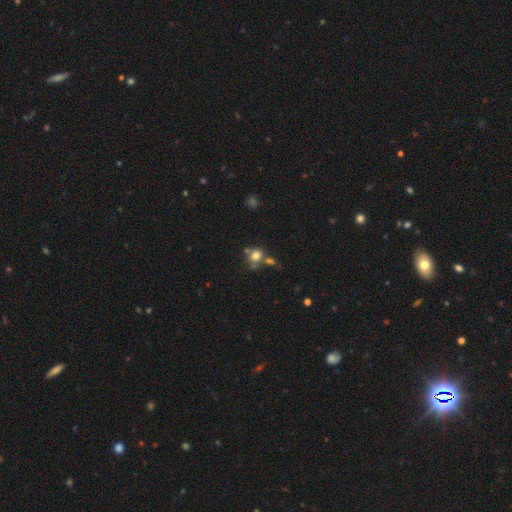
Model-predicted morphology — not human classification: Smooth or featured? Predicted: smooth (p=0.73). How rounded? Predicted: round (p=0.78). Merging? Predicted: none (p=0.50).